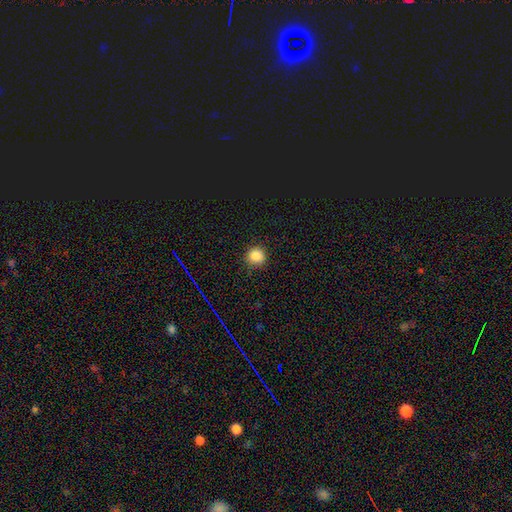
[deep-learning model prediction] Morphology: type=smooth (85%); roundness=round (89%); merging=none (83%).